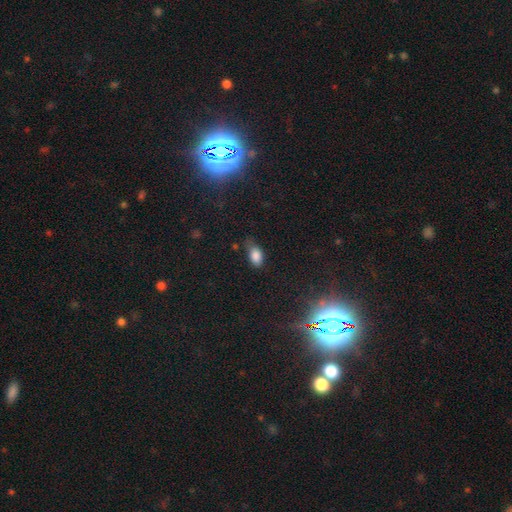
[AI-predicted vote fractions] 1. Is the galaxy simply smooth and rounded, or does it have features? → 84% smooth, 10% star or artifact, 6% featured or disk.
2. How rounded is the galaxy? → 90% in between, 7% round, 3% cigar-shaped.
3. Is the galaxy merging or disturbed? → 53% none, 36% minor disturbance, 8% major disturbance, 3% merger.